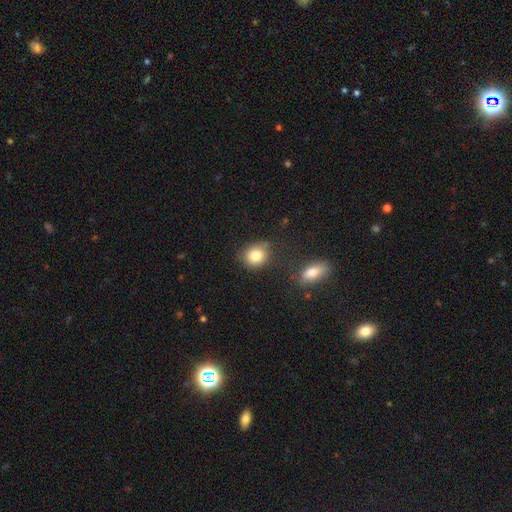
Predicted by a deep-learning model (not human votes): smooth-or-featured: smooth: 84% | star or artifact: 9% | featured or disk: 7%
  how-rounded: round: 69% | in between: 30% | cigar-shaped: 1%
  merging: none: 73% | minor disturbance: 16% | merger: 7% | major disturbance: 4%